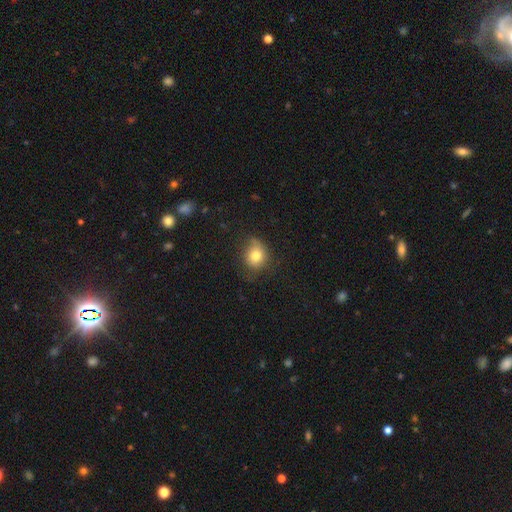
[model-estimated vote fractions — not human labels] Q: Smooth or featured?
A: smooth (79%); runner-up: star or artifact (11%)
Q: How rounded?
A: round (71%); runner-up: in between (28%)
Q: Merging?
A: none (65%); runner-up: minor disturbance (26%)